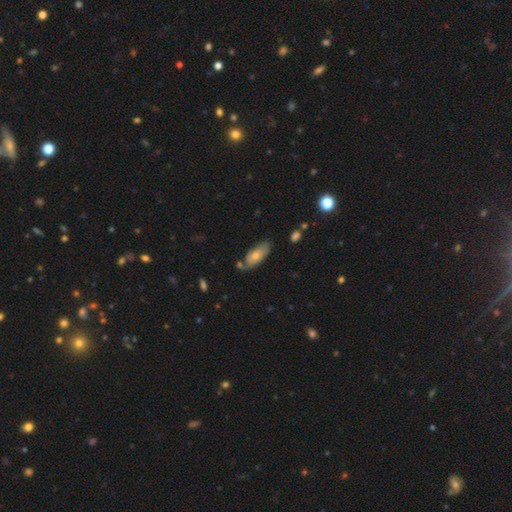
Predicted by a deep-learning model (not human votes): A smooth galaxy with no disk features (65%) that is in between round and cigar-shaped (87%).

Vote fractions:
- Smooth or featured? smooth: 65% / featured or disk: 28% / star or artifact: 7%
- How rounded? in between: 87% / cigar-shaped: 11% / round: 2%
- Merging? none: 55% / minor disturbance: 27% / merger: 10% / major disturbance: 7%